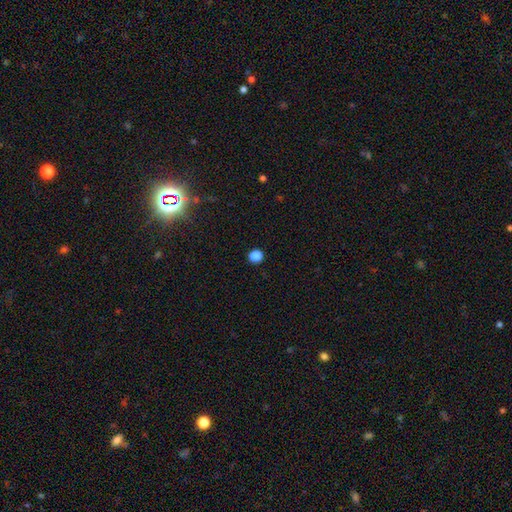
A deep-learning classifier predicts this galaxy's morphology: Overall: smooth (85%). How rounded: round (86%). Merging: none (92%).